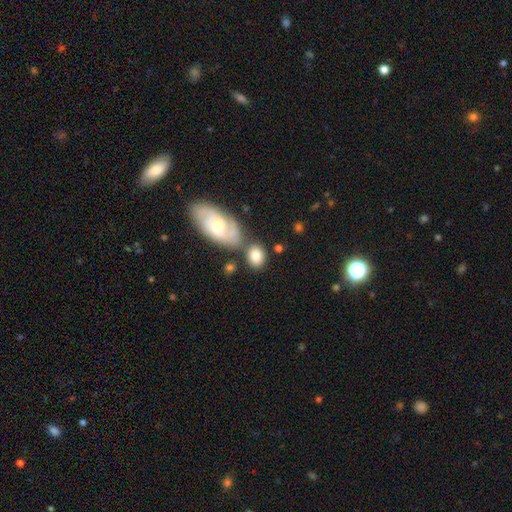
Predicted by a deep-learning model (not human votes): Smooth or featured: smooth — 76% (featured or disk — 17%)
How rounded: in between — 64% (round — 34%)
Merging: none — 59% (merger — 23%)